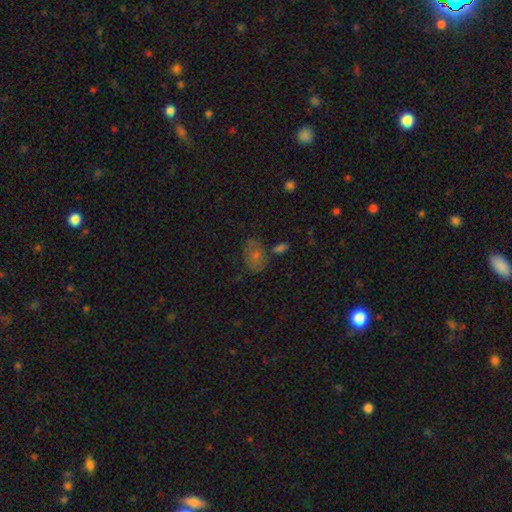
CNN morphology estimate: A smooth galaxy with no disk features (55%) that is in between round and cigar-shaped (73%). Merging: none (62%).